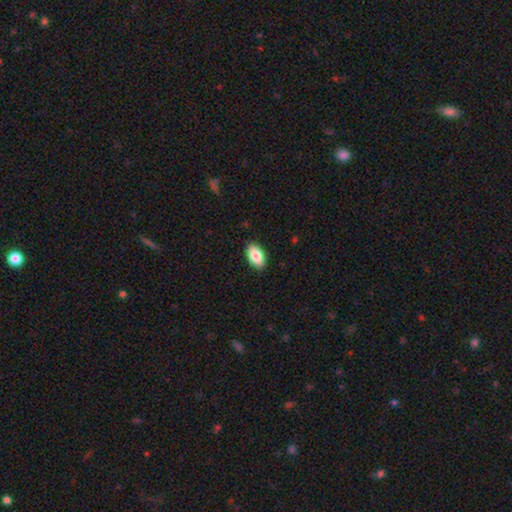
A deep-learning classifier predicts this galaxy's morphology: Smooth or featured? smooth (85%)
How rounded? in between (94%)
Merging? none (89%)